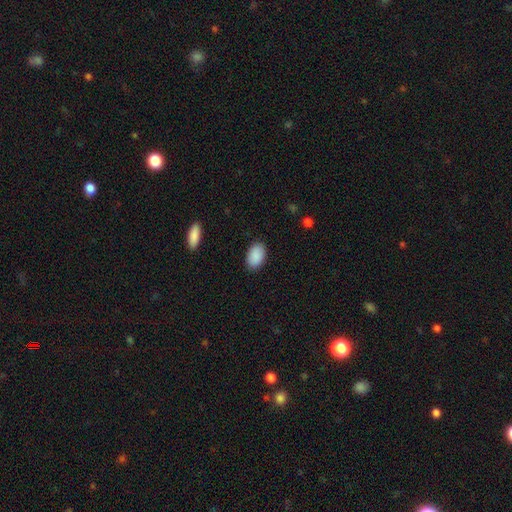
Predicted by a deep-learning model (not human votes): A smooth galaxy with no disk features (90%) that is in between round and cigar-shaped (91%).

Vote fractions:
- Smooth or featured? smooth: 90% / star or artifact: 6% / featured or disk: 4%
- How rounded? in between: 91% / round: 7% / cigar-shaped: 1%
- Merging? none: 87% / minor disturbance: 9% / major disturbance: 2% / merger: 1%